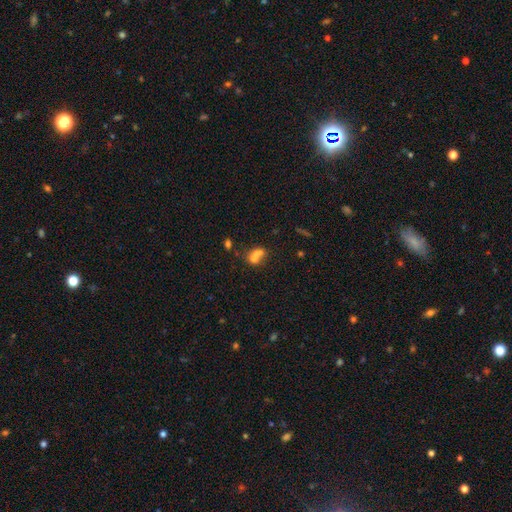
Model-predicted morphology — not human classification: Smooth or featured?
  - smooth: 65% *
  - featured or disk: 21%
  - star or artifact: 14%
How rounded?
  - round: 51% *
  - in between: 46%
  - cigar-shaped: 3%
Merging?
  - merger: 62% *
  - none: 24%
  - minor disturbance: 8%
  - major disturbance: 6%